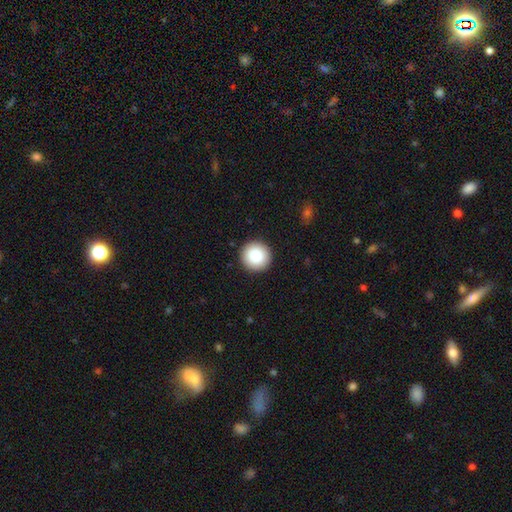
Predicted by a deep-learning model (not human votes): The model was most divided on "smooth or featured": smooth: 87%, star or artifact: 8%, featured or disk: 5%. More confident: how rounded — round (96%); merging — none (93%).